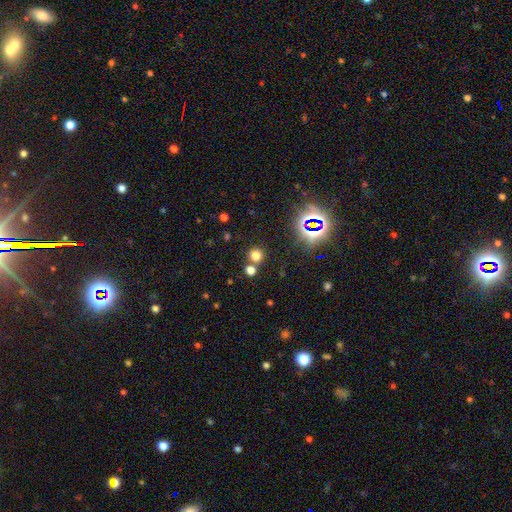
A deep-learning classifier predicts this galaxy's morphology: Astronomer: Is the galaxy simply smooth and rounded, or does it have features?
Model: smooth — 68%.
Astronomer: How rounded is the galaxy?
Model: round — 90%.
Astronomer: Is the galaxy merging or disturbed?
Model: none — 74%.